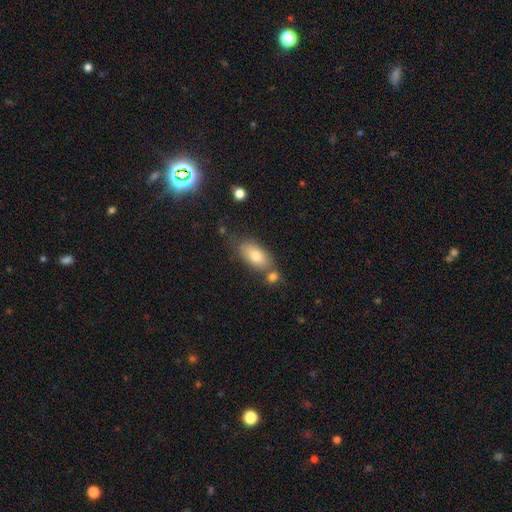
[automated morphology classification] A smooth galaxy with no disk features (75%) that is in between round and cigar-shaped (87%). Merging: none (62%).